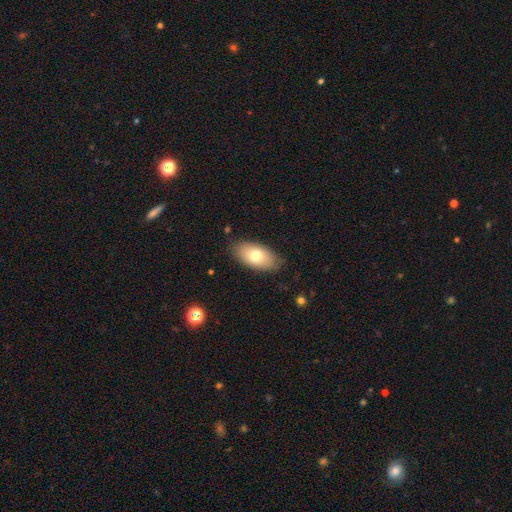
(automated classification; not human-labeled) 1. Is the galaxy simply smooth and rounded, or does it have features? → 72% smooth, 20% featured or disk, 7% star or artifact.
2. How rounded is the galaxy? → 93% in between, 4% round, 3% cigar-shaped.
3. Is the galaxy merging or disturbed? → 83% none, 13% minor disturbance, 3% major disturbance, 1% merger.